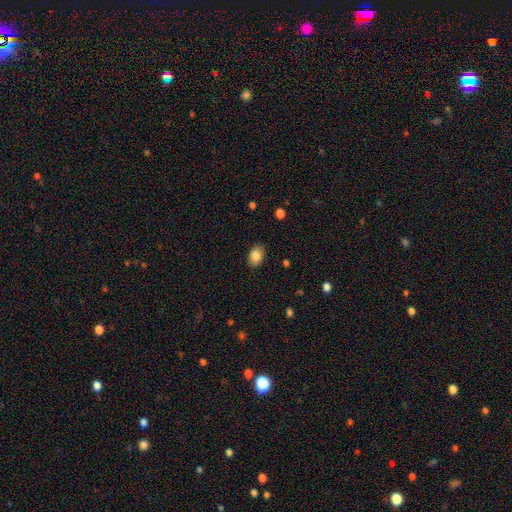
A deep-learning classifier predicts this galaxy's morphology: Smooth or featured? Predicted: smooth (p=0.86). How rounded? Predicted: in between (p=0.81). Merging? Predicted: none (p=0.85).